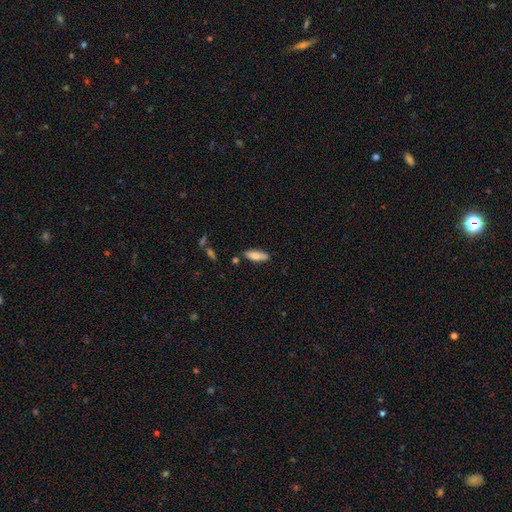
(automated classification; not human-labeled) Smooth or featured? smooth (78%)
How rounded? in between (59%)
Merging? none (81%)